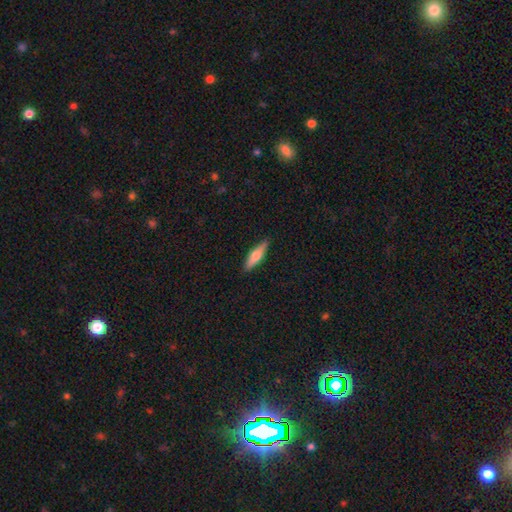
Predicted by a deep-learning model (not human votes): The model was most divided on "smooth or featured": smooth: 59%, featured or disk: 36%, star or artifact: 6%. More confident: merging — none (89%); how rounded — cigar-shaped (69%).